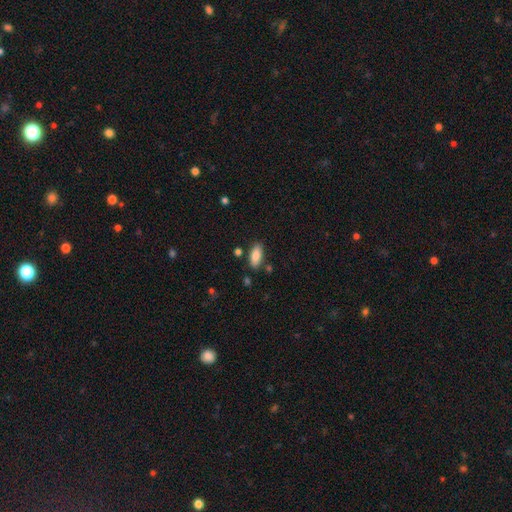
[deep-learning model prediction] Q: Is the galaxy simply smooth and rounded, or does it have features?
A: smooth — 86%.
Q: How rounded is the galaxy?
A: in between — 85%.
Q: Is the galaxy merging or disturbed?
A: none — 81%.